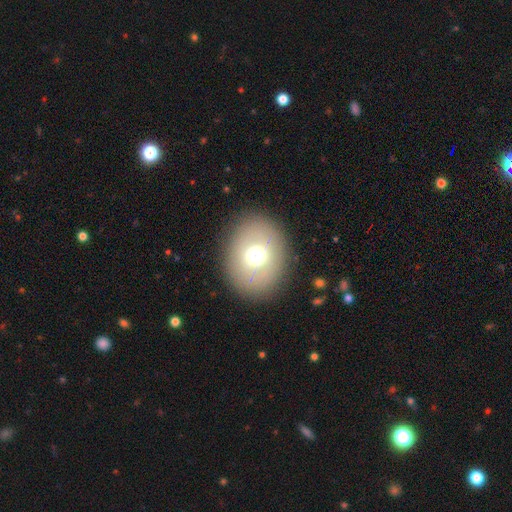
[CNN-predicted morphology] Smooth or featured?
  - smooth: 65% *
  - featured or disk: 23%
  - star or artifact: 12%
How rounded?
  - round: 53% *
  - in between: 46%
  - cigar-shaped: 1%
Merging?
  - none: 87% *
  - minor disturbance: 8%
  - major disturbance: 4%
  - merger: 1%